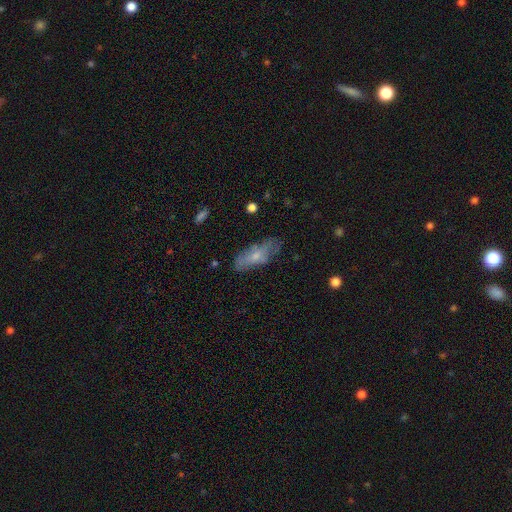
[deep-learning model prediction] smooth 59%, featured or disk 33%, star or artifact 8%. Down the decision tree: how rounded — in between (71%); merging — none (60%).